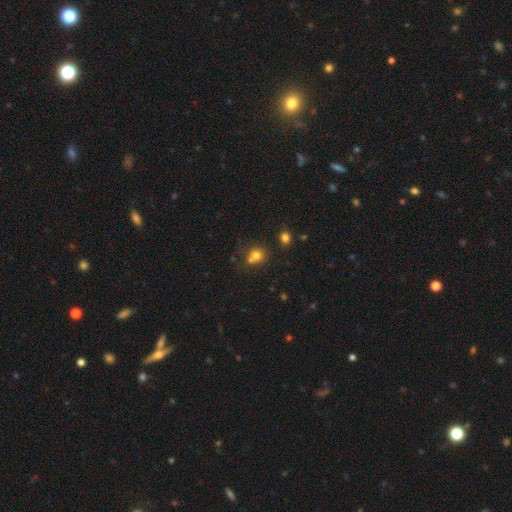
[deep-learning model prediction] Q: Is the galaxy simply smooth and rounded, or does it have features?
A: smooth — 74%.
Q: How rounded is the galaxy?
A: round — 78%.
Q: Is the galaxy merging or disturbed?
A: none — 47%.